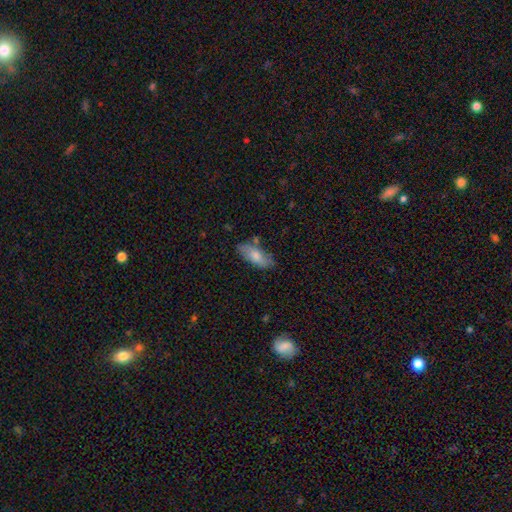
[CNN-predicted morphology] Smooth or featured: smooth — 73% (featured or disk — 21%)
How rounded: in between — 81% (cigar-shaped — 16%)
Merging: none — 70% (minor disturbance — 21%)